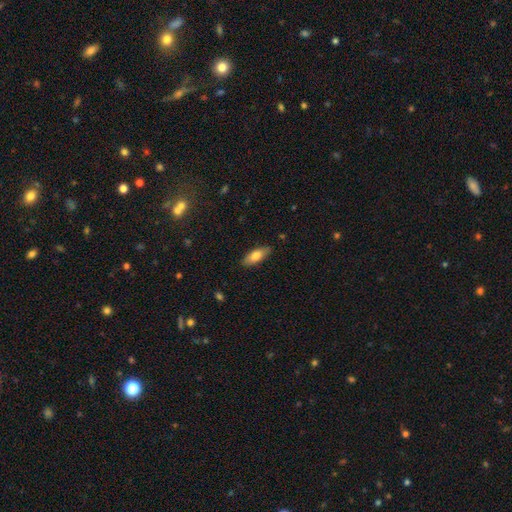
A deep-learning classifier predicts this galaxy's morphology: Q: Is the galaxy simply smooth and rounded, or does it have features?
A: smooth — 74%.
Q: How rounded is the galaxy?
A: in between — 72%.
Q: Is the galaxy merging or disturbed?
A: none — 86%.